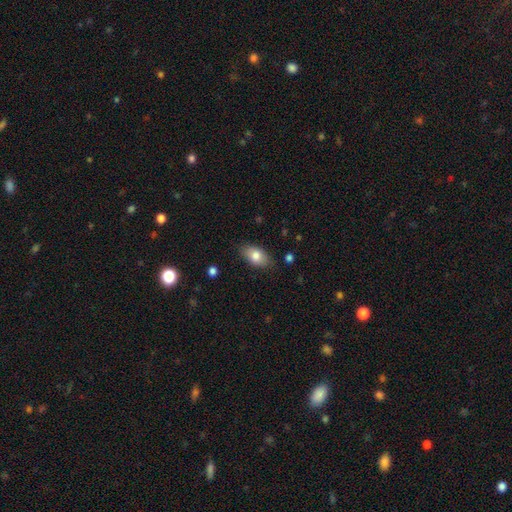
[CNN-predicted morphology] A smooth galaxy with no disk features (80%) that is in between round and cigar-shaped (90%). Merging: none (82%).